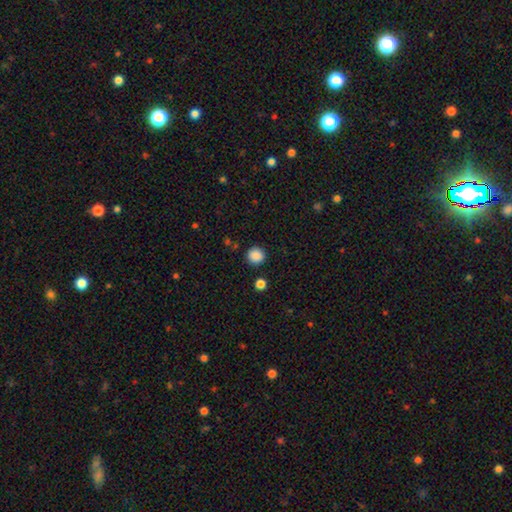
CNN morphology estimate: Overall: smooth (87%). How rounded: round (93%). Merging: none (89%).